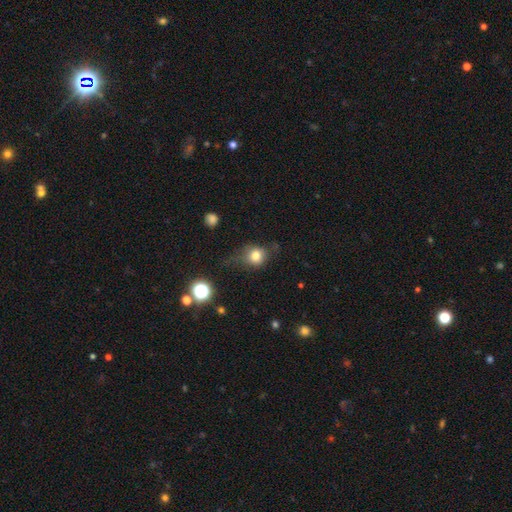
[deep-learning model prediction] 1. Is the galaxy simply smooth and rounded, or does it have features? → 77% smooth, 13% star or artifact, 11% featured or disk.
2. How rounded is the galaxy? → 74% round, 25% in between, 1% cigar-shaped.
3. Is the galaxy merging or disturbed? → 56% none, 28% minor disturbance, 14% major disturbance, 3% merger.